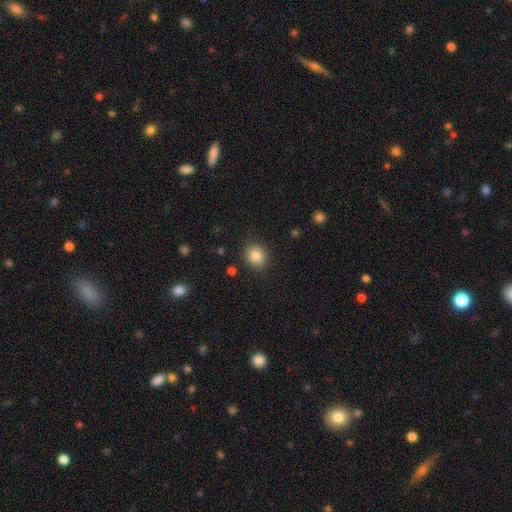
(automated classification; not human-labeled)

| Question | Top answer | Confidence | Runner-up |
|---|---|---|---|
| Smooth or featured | smooth | 85% | star or artifact (10%) |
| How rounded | round | 80% | in between (19%) |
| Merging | none | 89% | minor disturbance (7%) |